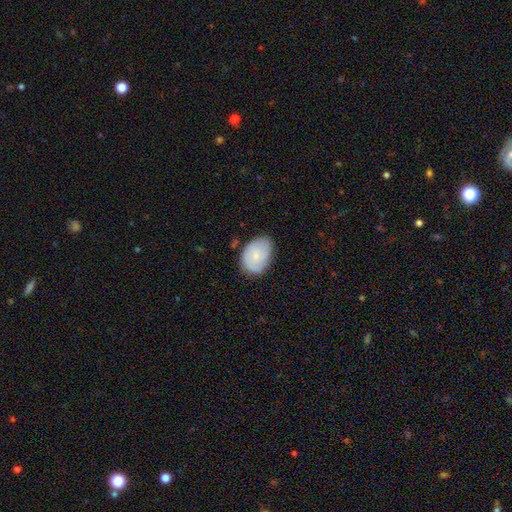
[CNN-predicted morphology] Smooth or featured? smooth (64%)
How rounded? in between (77%)
Merging? none (67%)